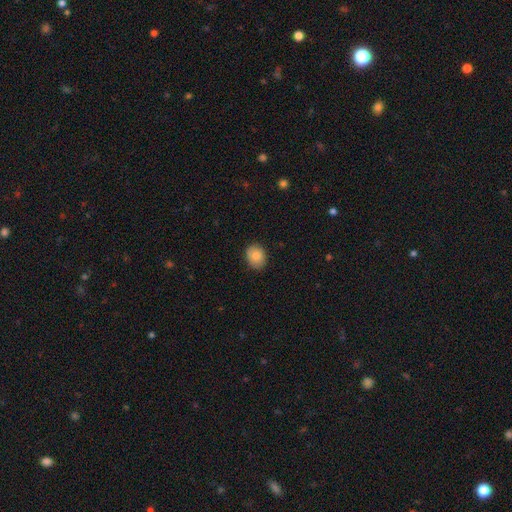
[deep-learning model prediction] This appears to be a smooth galaxy with no disk features (84%) that is in between round and cigar-shaped (52%). Merging: none (84%).